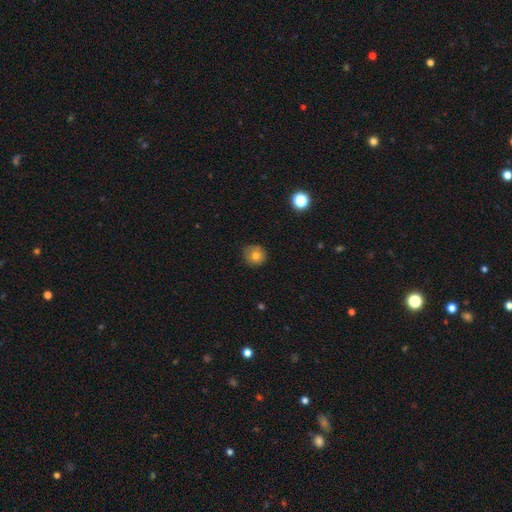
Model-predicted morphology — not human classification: Overall: smooth (77%). How rounded: round (89%). Merging: none (78%).